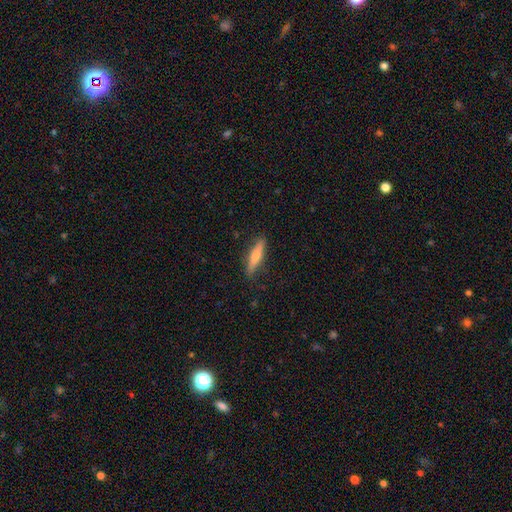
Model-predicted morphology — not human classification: This is likely a smooth galaxy (67%). How rounded: clearly cigar-shaped (81%). Merging: clearly none (86%).